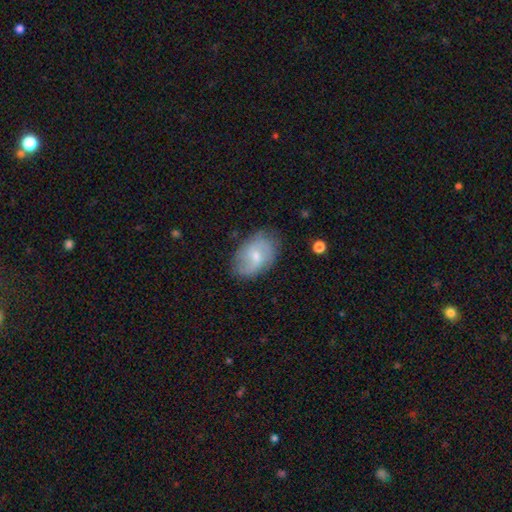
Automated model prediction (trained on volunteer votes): The model was most divided on "smooth or featured": featured or disk: 48%, smooth: 45%, star or artifact: 7%. More confident: merging — none (71%).